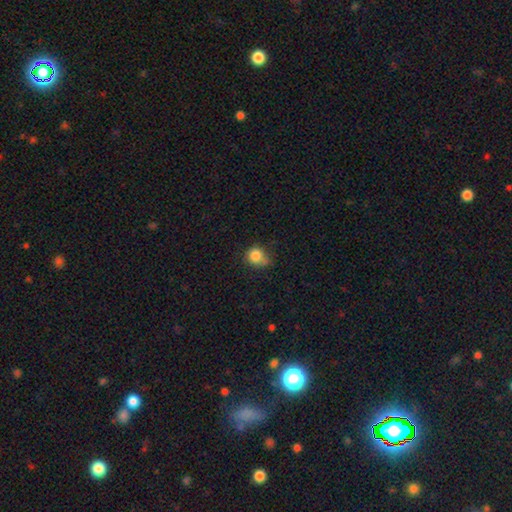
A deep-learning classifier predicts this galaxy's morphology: Q: Smooth or featured?
A: smooth (82%); runner-up: star or artifact (11%)
Q: How rounded?
A: round (81%); runner-up: in between (18%)
Q: Merging?
A: none (55%); runner-up: minor disturbance (32%)